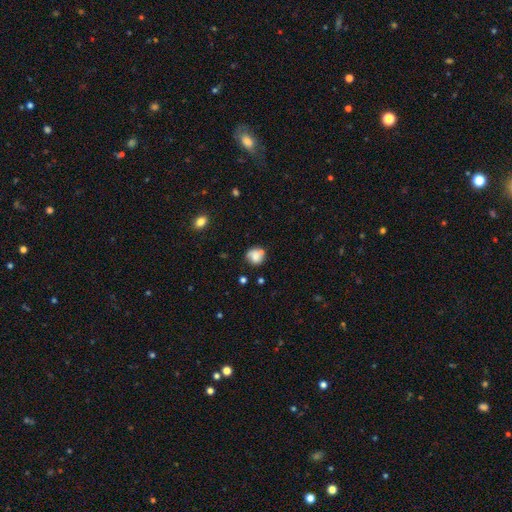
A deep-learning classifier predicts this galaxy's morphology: smooth_or_featured: smooth (p=0.73) [alt: featured or disk p=0.17]
how_rounded: round (p=0.79) [alt: in between p=0.20]
merging: none (p=0.55) [alt: minor disturbance p=0.21]